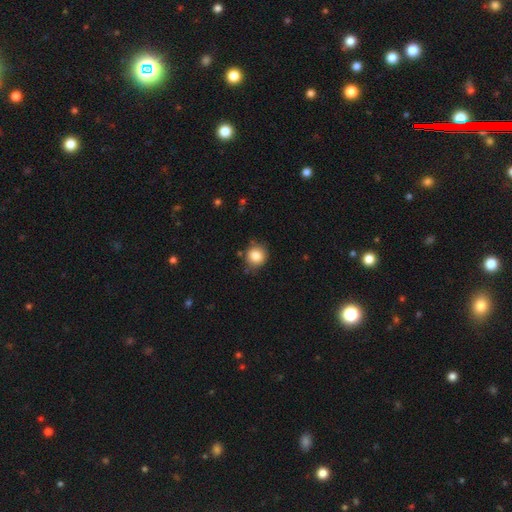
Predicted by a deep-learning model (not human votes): This is clearly a smooth galaxy (84%). How rounded: clearly round (88%). Merging: likely none (80%).